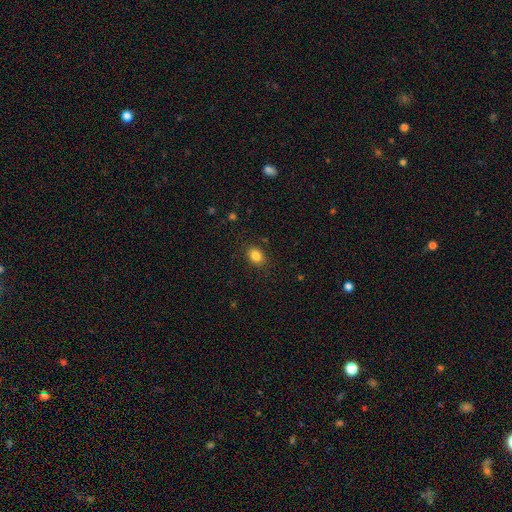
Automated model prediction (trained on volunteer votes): smooth 84%, star or artifact 10%, featured or disk 6%. Down the decision tree: how rounded — in between (60%); merging — none (87%).